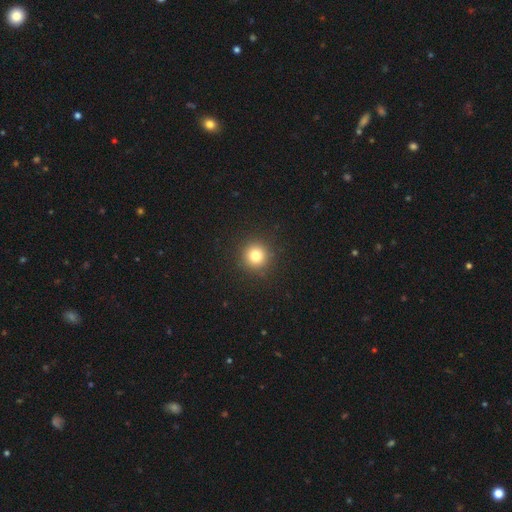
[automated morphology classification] Smooth or featured?
  - smooth: 80% *
  - star or artifact: 13%
  - featured or disk: 7%
How rounded?
  - round: 95% *
  - in between: 4%
  - cigar-shaped: 1%
Merging?
  - none: 92% *
  - minor disturbance: 5%
  - major disturbance: 2%
  - merger: 1%